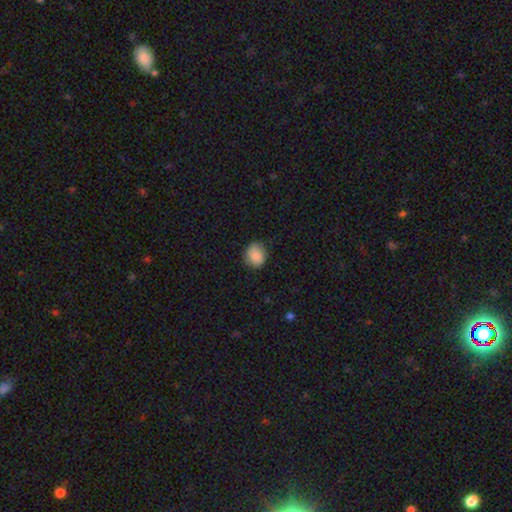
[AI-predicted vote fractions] Smooth or featured: smooth — 86% (star or artifact — 8%)
How rounded: round — 72% (in between — 27%)
Merging: none — 78% (minor disturbance — 18%)